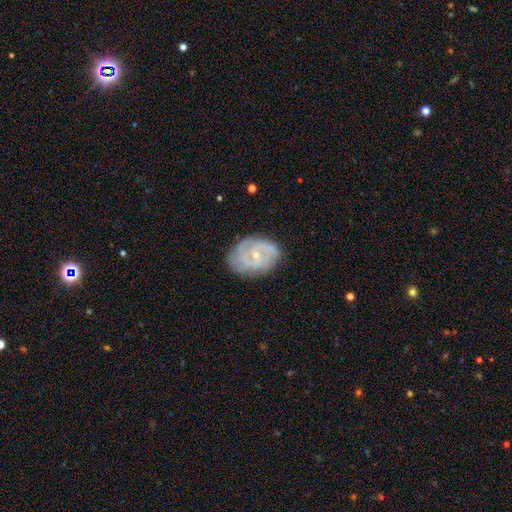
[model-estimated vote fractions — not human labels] Smooth or featured? featured or disk (79%)
Edge-on disk? no (97%)
Bar? no (61%)
Spiral arms? yes (90%)
Spiral winding? tight (58%)
Spiral arm count? 2 (35%)
Bulge size? small (72%)
Merging? none (77%)